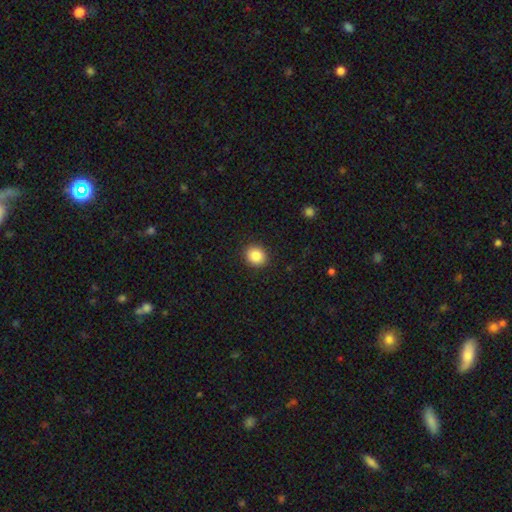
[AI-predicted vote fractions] A smooth galaxy with no disk features (87%) that is round (77%).

Vote fractions:
- Smooth or featured? smooth: 87% / star or artifact: 9% / featured or disk: 5%
- How rounded? round: 77% / in between: 22% / cigar-shaped: 1%
- Merging? none: 91% / minor disturbance: 6% / major disturbance: 2% / merger: 1%